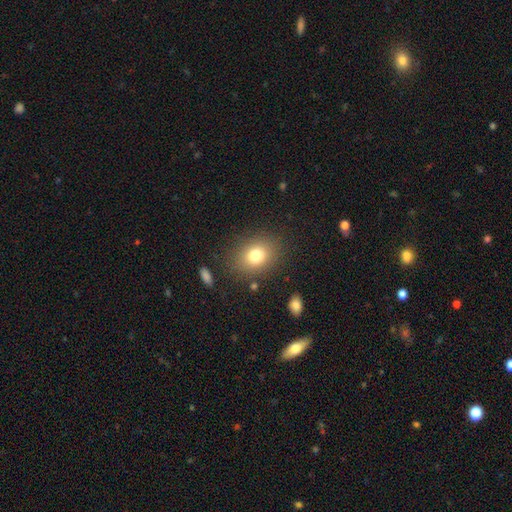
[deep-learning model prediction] Smooth or featured? Predicted: smooth (p=0.78). How rounded? Predicted: in between (p=0.54). Merging? Predicted: none (p=0.83).